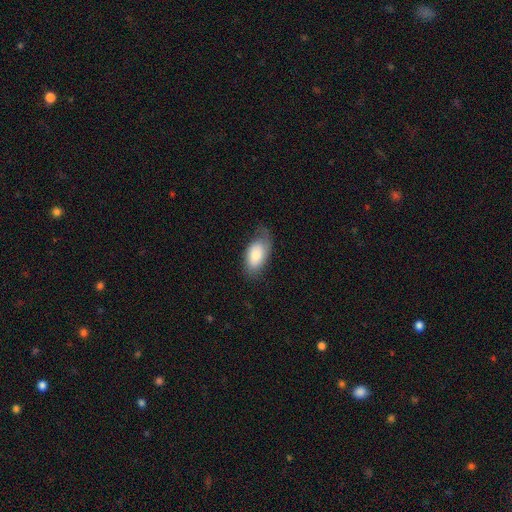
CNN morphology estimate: This is likely a smooth galaxy (70%). How rounded: clearly in between (93%). Merging: possibly none (54%).